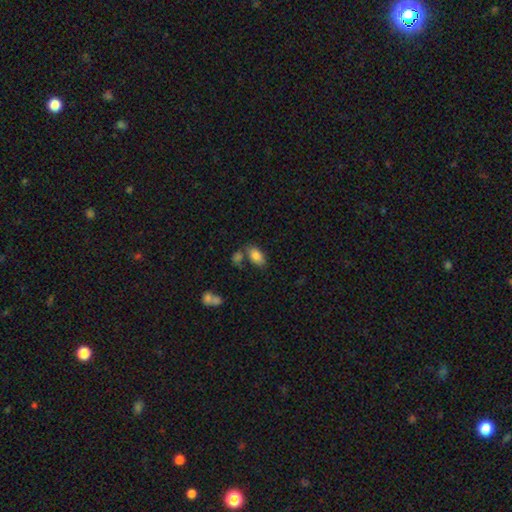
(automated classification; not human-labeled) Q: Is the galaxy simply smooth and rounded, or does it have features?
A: smooth — 84%.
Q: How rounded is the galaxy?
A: in between — 93%.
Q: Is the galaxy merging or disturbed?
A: none — 60%.